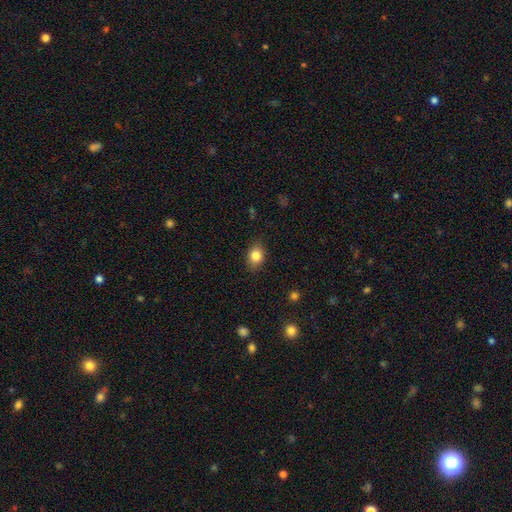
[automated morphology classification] Smooth or featured? smooth (84%)
How rounded? in between (57%)
Merging? none (84%)